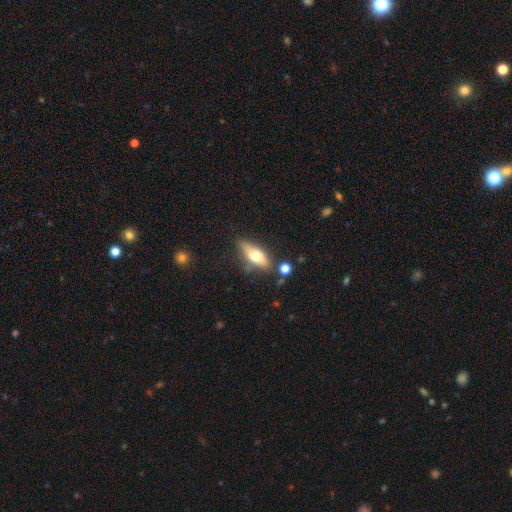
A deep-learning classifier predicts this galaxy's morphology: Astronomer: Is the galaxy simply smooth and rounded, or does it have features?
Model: smooth — 60%.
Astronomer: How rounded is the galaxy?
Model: in between — 67%.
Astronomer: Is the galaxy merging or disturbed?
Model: none — 73%.